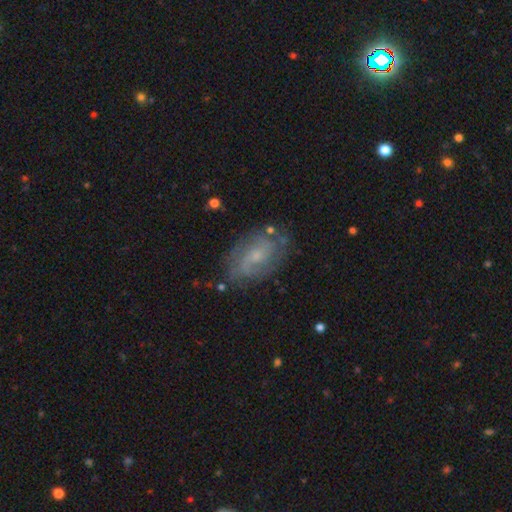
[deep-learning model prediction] Smooth or featured: featured or disk — 69% (smooth — 22%)
Edge-on disk: no — 95% (yes — 5%)
Bar: no — 55% (weak — 39%)
Spiral arms: yes — 85% (no — 15%)
Spiral winding: medium — 42% (tight — 39%)
Spiral arm count: 2 — 54% (can't tell — 30%)
Bulge size: small — 58% (moderate — 32%)
Merging: none — 72% (minor disturbance — 18%)